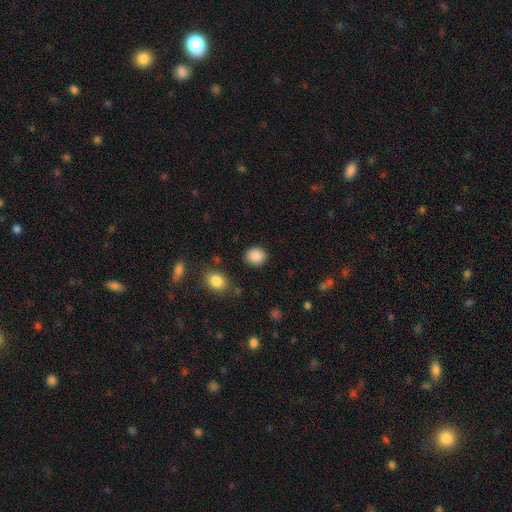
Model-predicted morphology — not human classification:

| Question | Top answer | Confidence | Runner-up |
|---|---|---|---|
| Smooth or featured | smooth | 88% | star or artifact (8%) |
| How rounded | round | 76% | in between (23%) |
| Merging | none | 88% | minor disturbance (8%) |